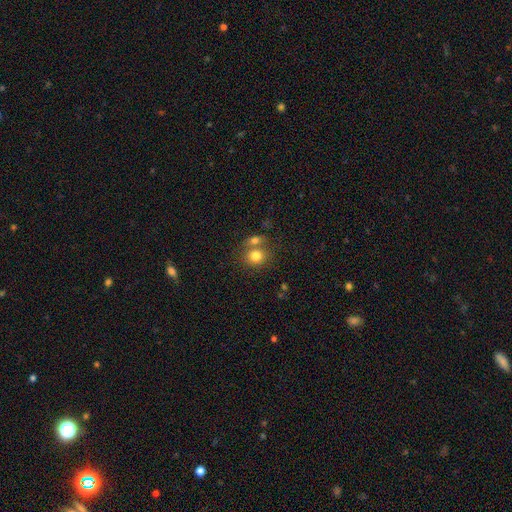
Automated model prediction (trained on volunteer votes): Overall: smooth (80%). How rounded: round (75%). Merging: none (49%; merger 39%).